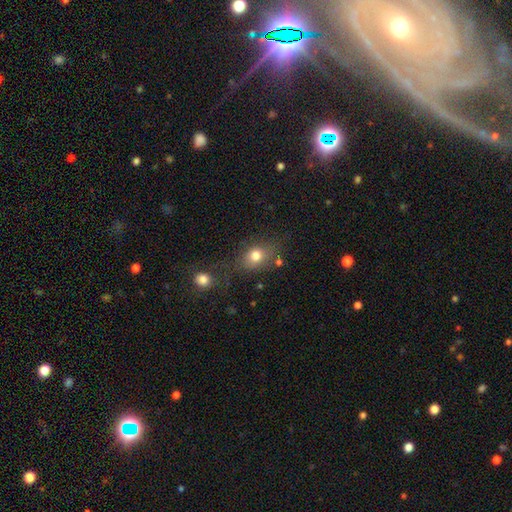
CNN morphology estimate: Overall: smooth (78%). How rounded: in between (52%; round 47%). Merging: none (62%).